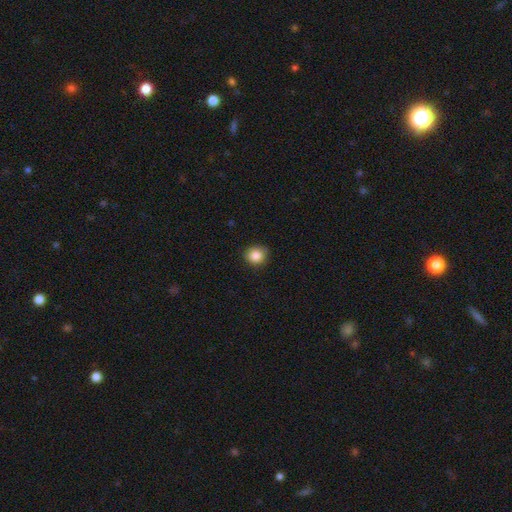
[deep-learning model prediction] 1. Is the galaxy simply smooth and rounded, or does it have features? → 86% smooth, 10% star or artifact, 4% featured or disk.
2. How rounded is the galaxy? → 88% round, 11% in between, 1% cigar-shaped.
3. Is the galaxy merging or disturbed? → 86% none, 11% minor disturbance, 2% major disturbance, 1% merger.